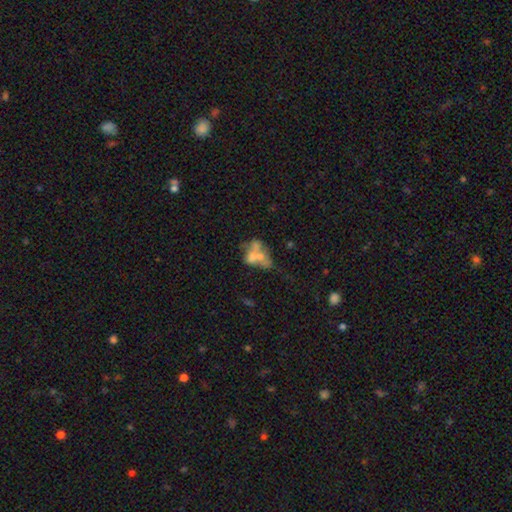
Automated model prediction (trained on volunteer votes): Smooth or featured? featured or disk (45%)
Merging? merger (53%)